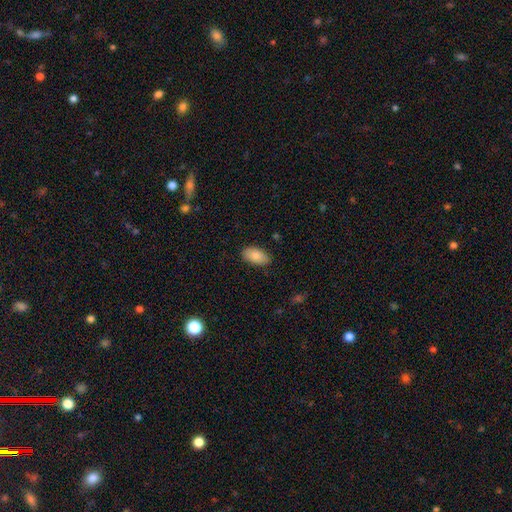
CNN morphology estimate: Overall: smooth (86%). How rounded: in between (94%). Merging: none (85%).